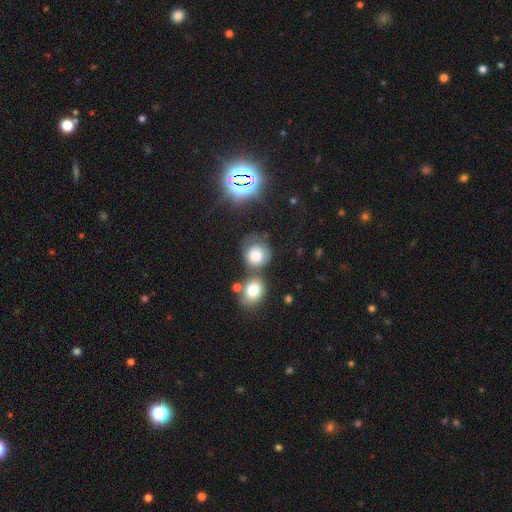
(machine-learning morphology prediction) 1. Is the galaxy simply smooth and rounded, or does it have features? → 72% smooth, 15% featured or disk, 13% star or artifact.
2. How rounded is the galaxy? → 78% round, 21% in between, 1% cigar-shaped.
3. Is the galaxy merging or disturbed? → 45% none, 26% merger, 18% minor disturbance, 11% major disturbance.